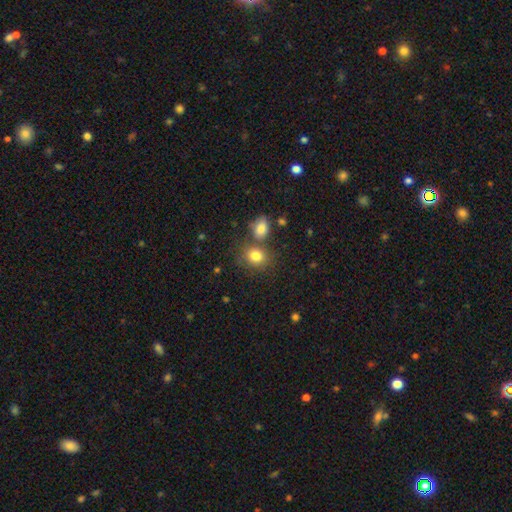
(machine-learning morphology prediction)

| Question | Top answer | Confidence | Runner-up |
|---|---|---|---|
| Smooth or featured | smooth | 81% | star or artifact (11%) |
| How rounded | round | 62% | in between (37%) |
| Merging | none | 63% | merger (22%) |